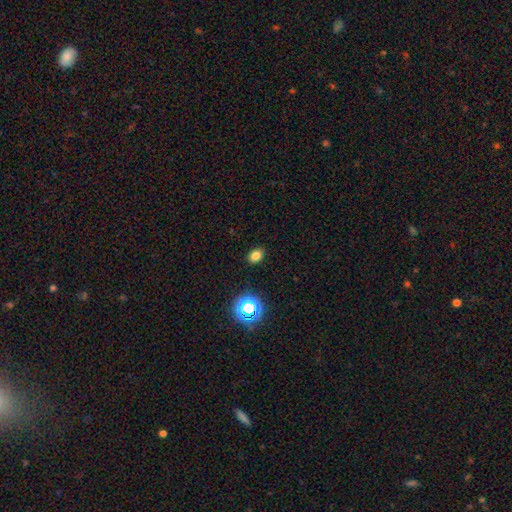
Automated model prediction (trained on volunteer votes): A smooth galaxy with no disk features (77%) that is in between round and cigar-shaped (69%). Merging: none (88%).